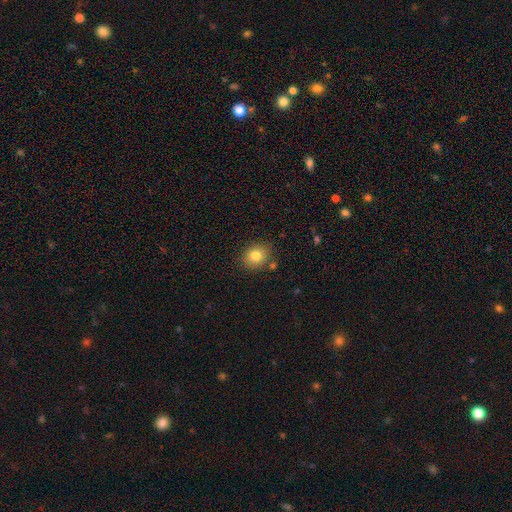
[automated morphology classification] Smooth or featured? smooth (79%)
How rounded? round (70%)
Merging? none (81%)